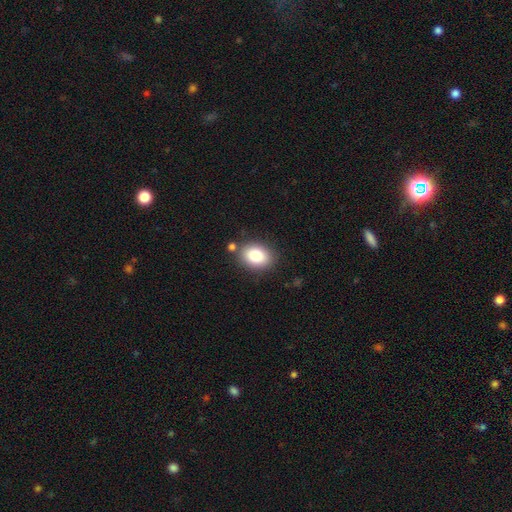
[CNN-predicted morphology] Smooth or featured?
  - smooth: 82% *
  - star or artifact: 9%
  - featured or disk: 9%
How rounded?
  - in between: 70% *
  - round: 29%
  - cigar-shaped: 1%
Merging?
  - none: 81% *
  - minor disturbance: 11%
  - merger: 5%
  - major disturbance: 3%